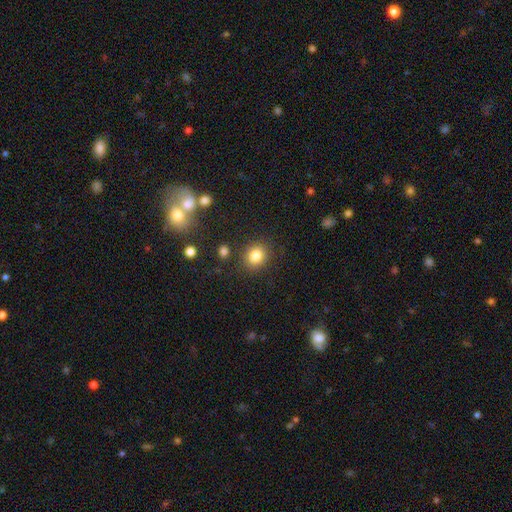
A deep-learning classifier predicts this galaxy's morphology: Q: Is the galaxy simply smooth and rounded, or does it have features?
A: smooth — 82%.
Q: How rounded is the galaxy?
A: round — 73%.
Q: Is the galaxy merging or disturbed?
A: none — 85%.